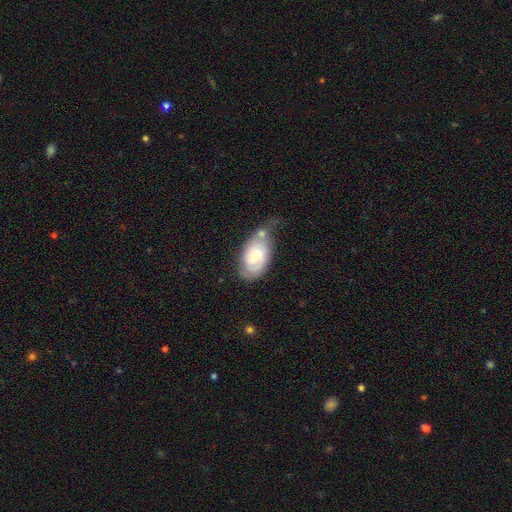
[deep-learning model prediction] smooth-or-featured: featured or disk: 55% | smooth: 38% | star or artifact: 6%
  disk-edge-on: no: 95% | yes: 5%
    bar: no: 47% | weak: 44% | strong: 9%
    has-spiral-arms: yes: 79% | no: 21%
    bulge-size: moderate: 52% | small: 36% | large: 7% | none: 3% | dominant: 1%
  merging: none: 33% | minor disturbance: 28% | merger: 21% | major disturbance: 19%